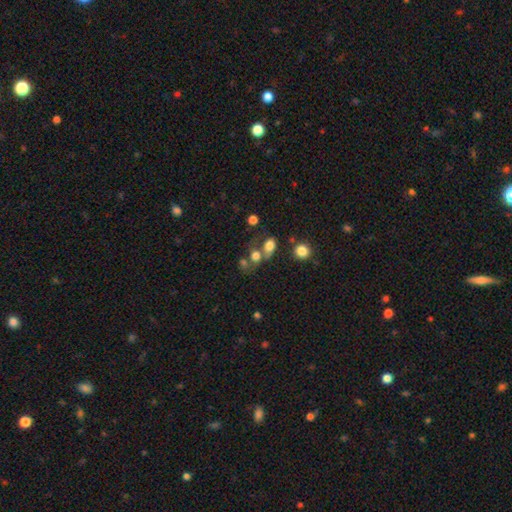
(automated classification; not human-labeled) Overall: smooth (70%). How rounded: in between (55%; round 42%). Merging: merger (49%; none 31%).